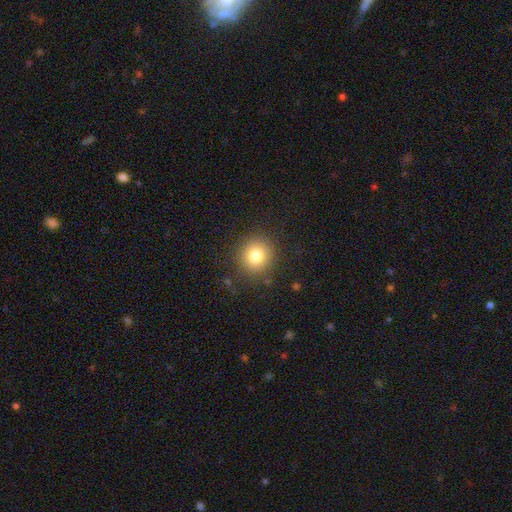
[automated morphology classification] smooth_or_featured: smooth (p=0.79) [alt: star or artifact p=0.12]
how_rounded: round (p=0.89) [alt: in between p=0.10]
merging: none (p=0.87) [alt: minor disturbance p=0.08]